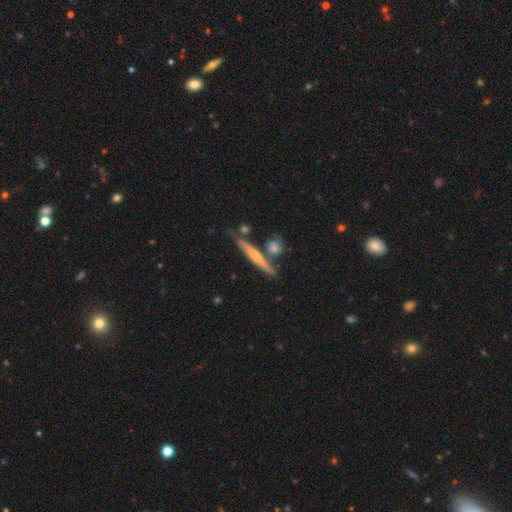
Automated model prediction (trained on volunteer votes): smooth-or-featured: featured or disk: 55% | smooth: 39% | star or artifact: 6%
  disk-edge-on: yes: 93% | no: 7%
    edge-on-bulge: rounded: 59% | none: 34% | boxy: 7%
  merging: none: 71% | minor disturbance: 13% | merger: 12% | major disturbance: 3%